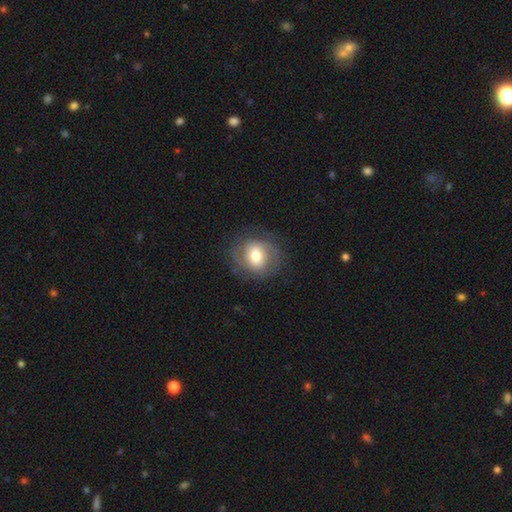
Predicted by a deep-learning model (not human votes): Q: Smooth or featured?
A: smooth (52%); runner-up: featured or disk (40%)
Q: How rounded?
A: round (78%); runner-up: in between (21%)
Q: Merging?
A: none (77%); runner-up: minor disturbance (14%)